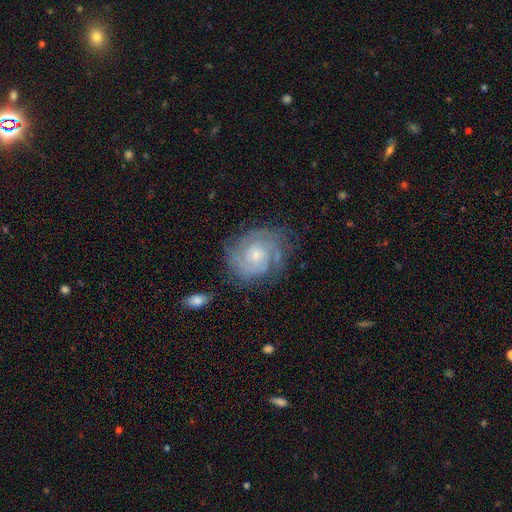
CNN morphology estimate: A featured or disk galaxy (85%) with no bar (73%), 2 (42%) tight (71%) spiral arms (97%) and a small central bulge (60%). Merging: none (74%).